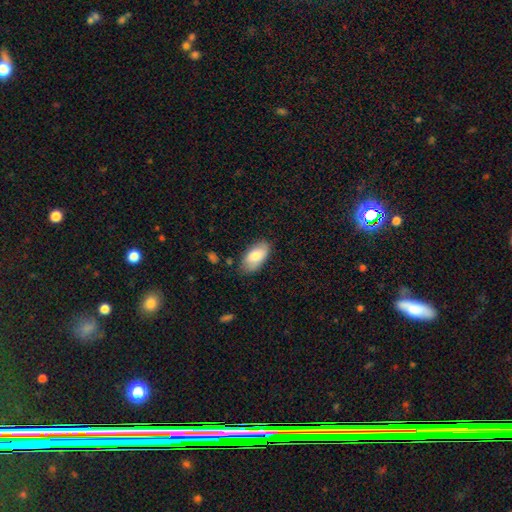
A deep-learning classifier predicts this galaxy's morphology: A smooth galaxy with no disk features (79%) that is in between round and cigar-shaped (94%). Merging: none (78%).